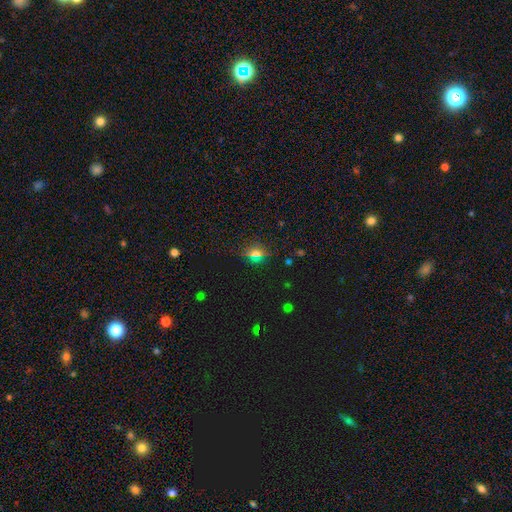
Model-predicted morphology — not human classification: type=smooth (50%); roundness=round (72%); merging=none (85%).